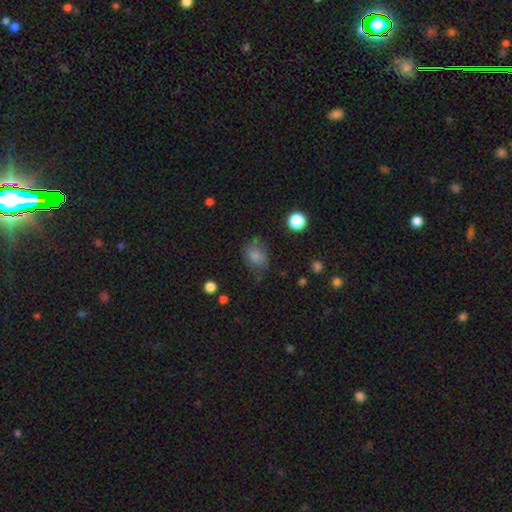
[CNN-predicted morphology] A smooth galaxy with no disk features (77%) that is in between round and cigar-shaped (54%).

Vote fractions:
- Smooth or featured? smooth: 77% / star or artifact: 12% / featured or disk: 11%
- How rounded? in between: 54% / round: 45% / cigar-shaped: 1%
- Merging? none: 60% / minor disturbance: 26% / major disturbance: 11% / merger: 3%